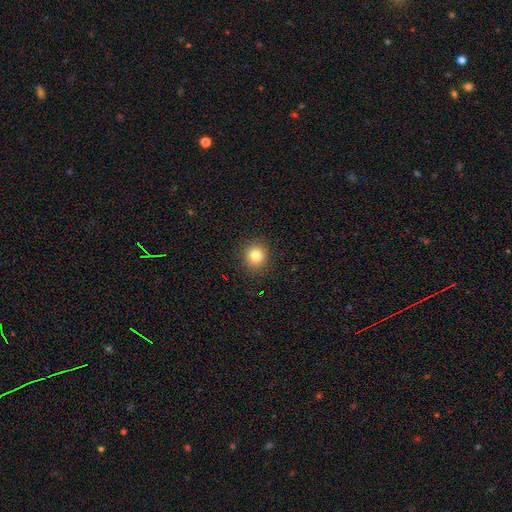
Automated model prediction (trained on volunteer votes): This appears to be a smooth galaxy with no disk features (81%) that is round (88%). Merging: none (90%).